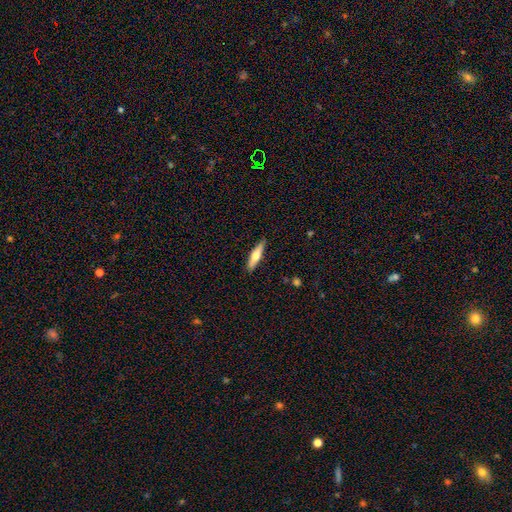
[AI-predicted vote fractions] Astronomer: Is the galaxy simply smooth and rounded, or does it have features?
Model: smooth — 55% (runner-up: featured or disk, 39%).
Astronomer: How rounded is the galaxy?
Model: cigar-shaped — 74%.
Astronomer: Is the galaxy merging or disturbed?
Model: none — 87%.